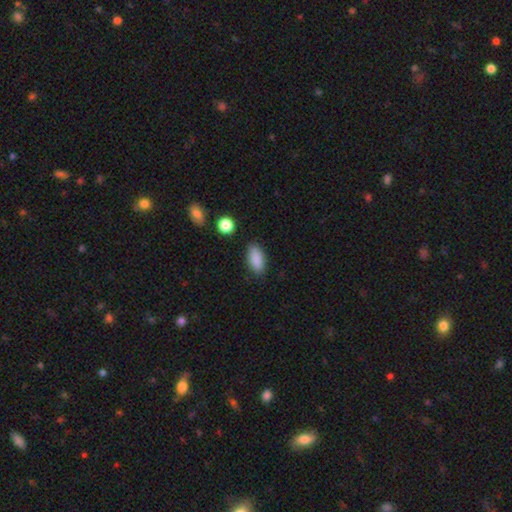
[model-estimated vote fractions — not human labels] Smooth or featured? smooth (88%)
How rounded? in between (85%)
Merging? none (86%)